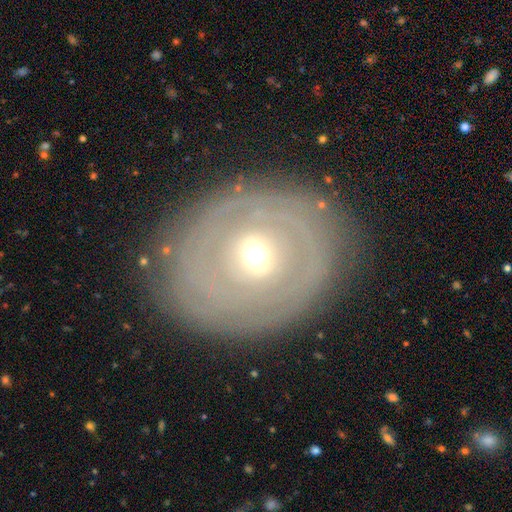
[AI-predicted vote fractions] Overall: featured or disk (69%). Edge-on disk: no (94%). Bar: no (58%; weak 31%). Spiral arms: no (51%; yes 49%). Bulge size: moderate (62%; small 31%). Merging: none (81%).